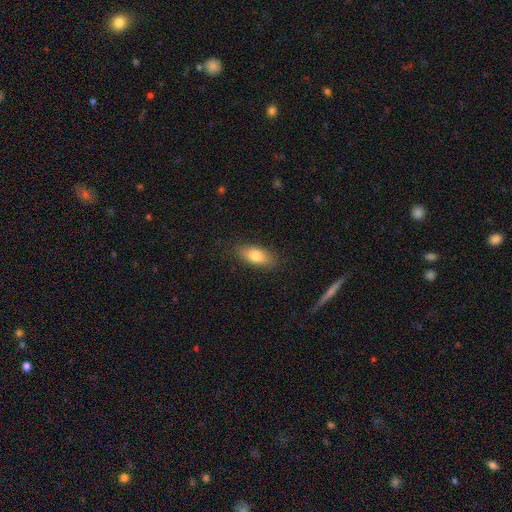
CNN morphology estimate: A smooth galaxy with no disk features (79%) that is in between round and cigar-shaped (84%).

Vote fractions:
- Smooth or featured? smooth: 79% / featured or disk: 14% / star or artifact: 7%
- How rounded? in between: 84% / cigar-shaped: 11% / round: 4%
- Merging? none: 85% / minor disturbance: 11% / major disturbance: 3% / merger: 1%